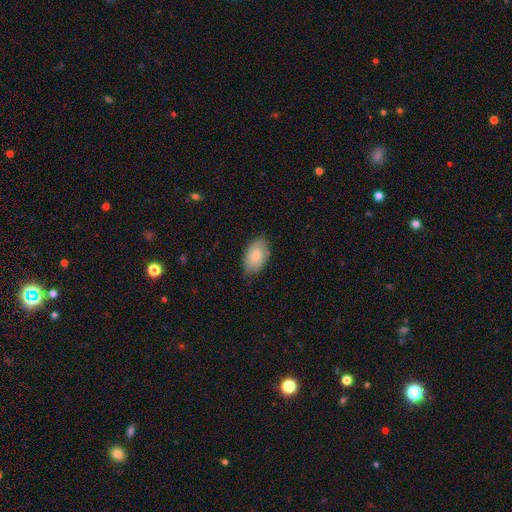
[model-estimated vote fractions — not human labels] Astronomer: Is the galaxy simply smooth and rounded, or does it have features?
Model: smooth — 81%.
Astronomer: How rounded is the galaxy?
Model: in between — 92%.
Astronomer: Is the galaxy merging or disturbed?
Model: none — 77%.